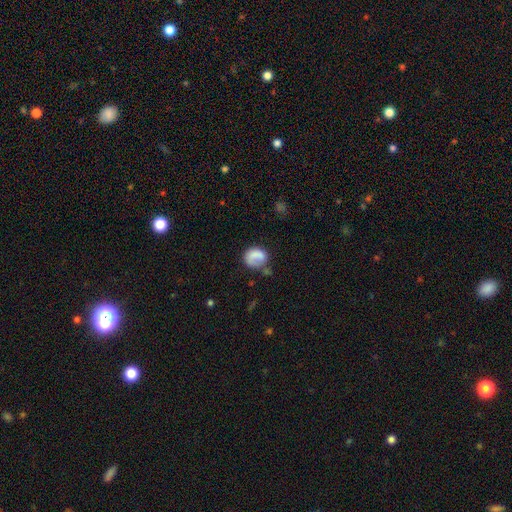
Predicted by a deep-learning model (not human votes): smooth 71%, featured or disk 21%, star or artifact 8%. Down the decision tree: how rounded — round (58%); merging — none (44%).